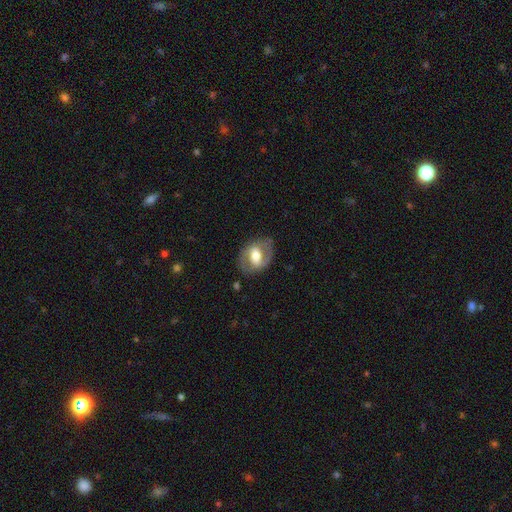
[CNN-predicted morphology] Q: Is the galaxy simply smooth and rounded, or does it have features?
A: featured or disk — 62%.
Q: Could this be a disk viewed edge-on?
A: no — 94%.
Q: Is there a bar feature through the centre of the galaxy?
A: weak — 40%.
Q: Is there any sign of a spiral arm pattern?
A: yes — 66%.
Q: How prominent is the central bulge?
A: moderate — 56%.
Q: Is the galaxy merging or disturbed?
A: none — 75%.